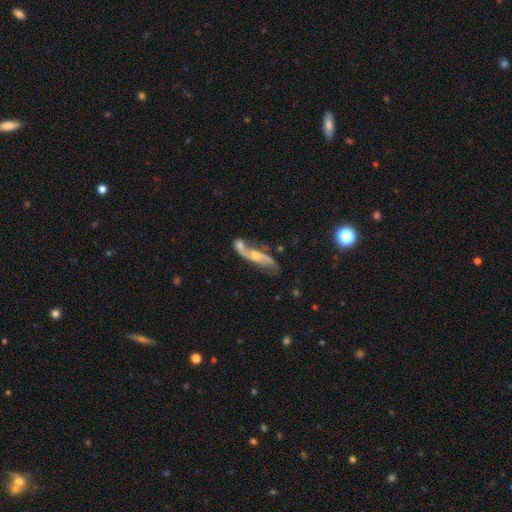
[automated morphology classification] Smooth or featured? featured or disk (79%)
Edge-on disk? no (84%)
Bar? no (56%)
Spiral arms? yes (89%)
Spiral winding? loose (68%)
Spiral arm count? 2 (87%)
Bulge size? small (46%, tied with moderate)
Merging? none (39%)